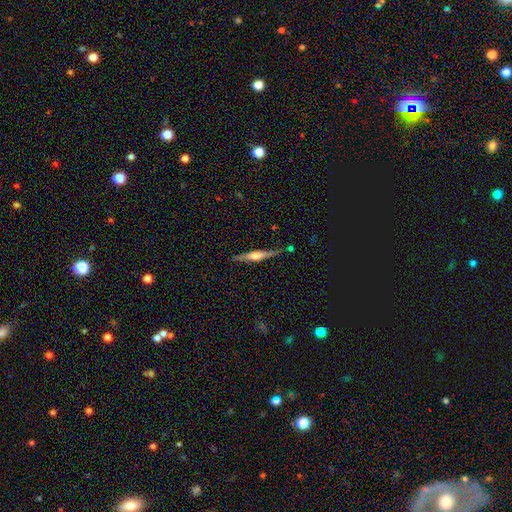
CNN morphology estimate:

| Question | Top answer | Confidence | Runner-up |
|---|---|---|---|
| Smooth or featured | featured or disk | 69% | smooth (26%) |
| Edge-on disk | yes | 96% | no (4%) |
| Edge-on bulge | rounded | 81% | boxy (13%) |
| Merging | none | 78% | minor disturbance (15%) |